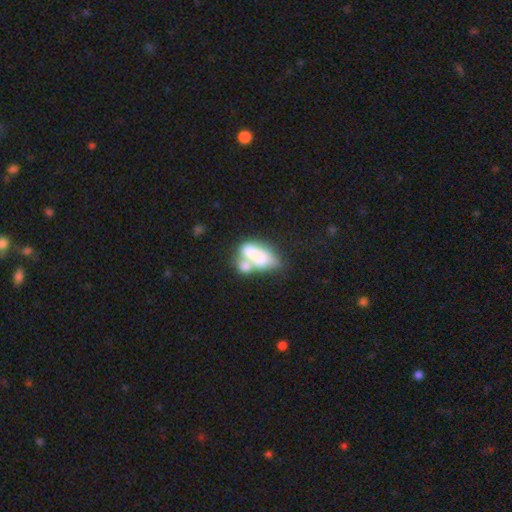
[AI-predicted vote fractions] This is likely a smooth galaxy (60%). How rounded: clearly in between (86%). Merging: possibly merger (59%).